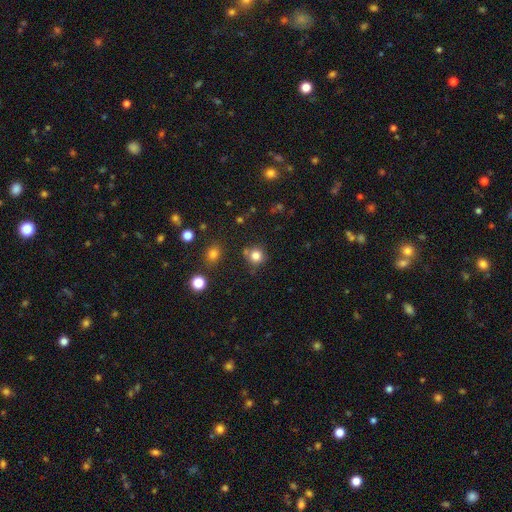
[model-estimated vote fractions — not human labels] Smooth or featured: smooth — 82% (star or artifact — 13%)
How rounded: round — 92% (in between — 7%)
Merging: none — 78% (minor disturbance — 10%)